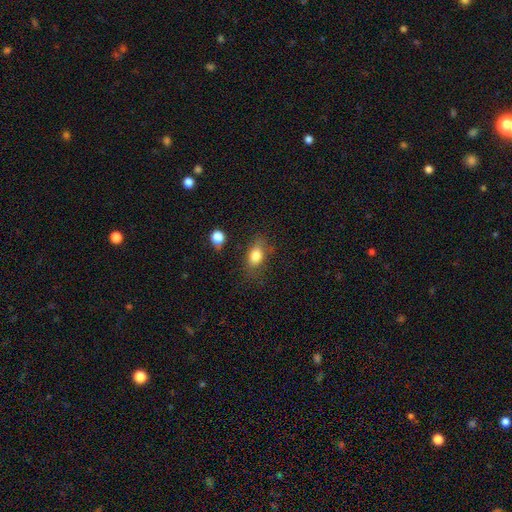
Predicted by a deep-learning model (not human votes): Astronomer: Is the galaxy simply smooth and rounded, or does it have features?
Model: smooth — 79%.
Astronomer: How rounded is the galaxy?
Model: in between — 75%.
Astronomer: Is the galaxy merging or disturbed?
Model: none — 65%.